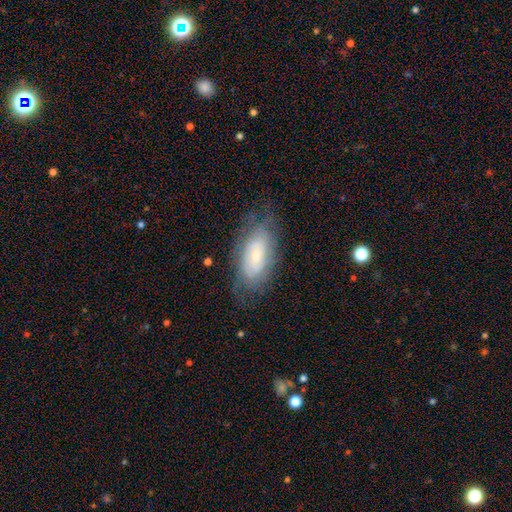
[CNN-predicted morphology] Q: Smooth or featured?
A: featured or disk (47%); runner-up: smooth (45%)
Q: Merging?
A: none (66%); runner-up: minor disturbance (22%)